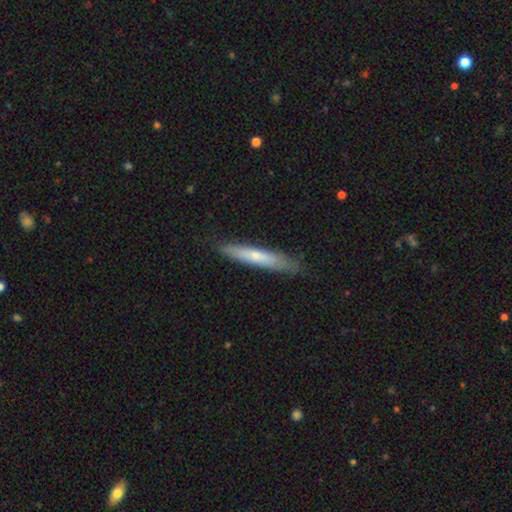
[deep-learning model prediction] This appears to be a smooth galaxy with no disk features (56%) that is cigar-shaped (92%). Merging: none (83%).